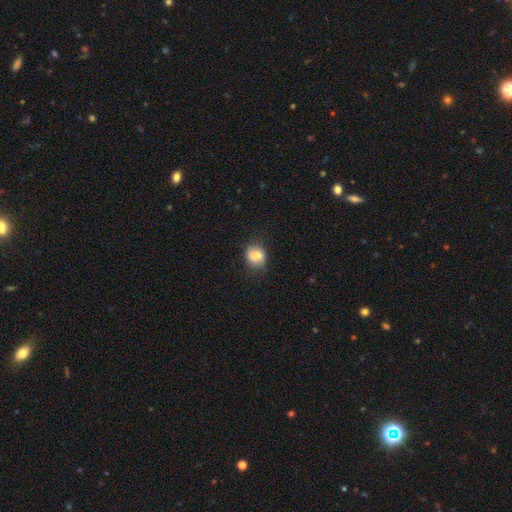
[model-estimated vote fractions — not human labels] smooth-or-featured: smooth: 82% | featured or disk: 9% | star or artifact: 8%
  how-rounded: round: 50% | in between: 48% | cigar-shaped: 1%
  merging: none: 76% | minor disturbance: 18% | major disturbance: 5% | merger: 1%